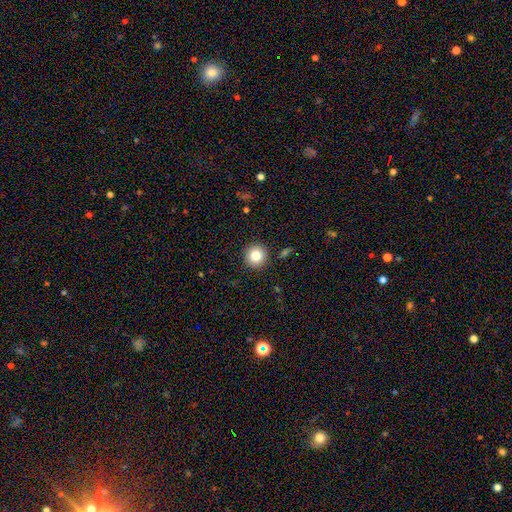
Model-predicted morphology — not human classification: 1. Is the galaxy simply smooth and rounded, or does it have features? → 82% smooth, 10% star or artifact, 8% featured or disk.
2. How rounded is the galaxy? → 95% round, 4% in between, 1% cigar-shaped.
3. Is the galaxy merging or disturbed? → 90% none, 6% minor disturbance, 2% major disturbance, 2% merger.